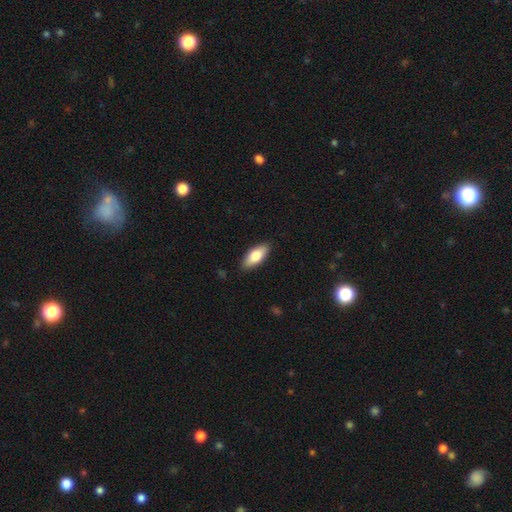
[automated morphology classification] smooth 77%, featured or disk 17%, star or artifact 6%. Down the decision tree: how rounded — in between (81%); merging — none (88%).